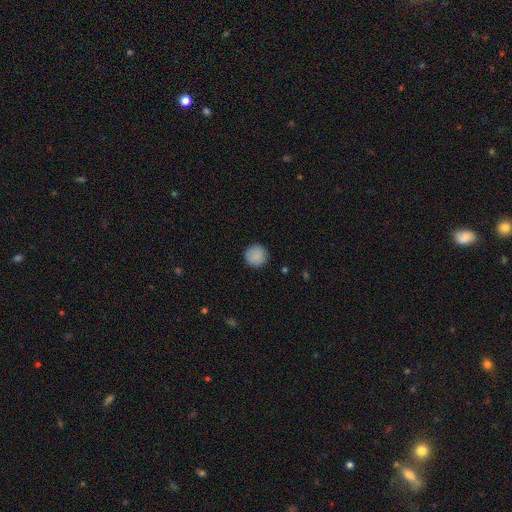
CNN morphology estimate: A smooth galaxy with no disk features (89%) that is round (95%). Merging: none (90%).